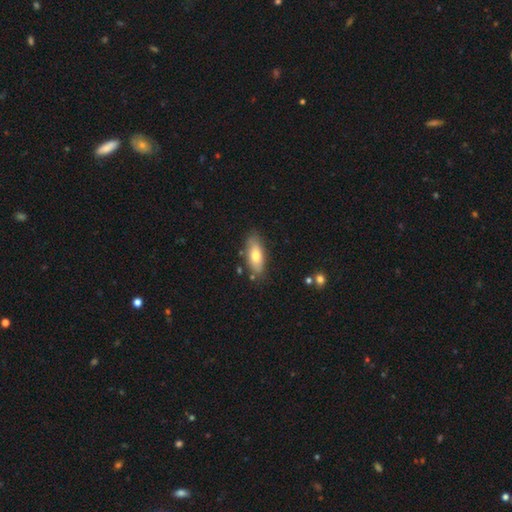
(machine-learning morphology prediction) Overall: smooth (72%). How rounded: in between (80%). Merging: none (79%).